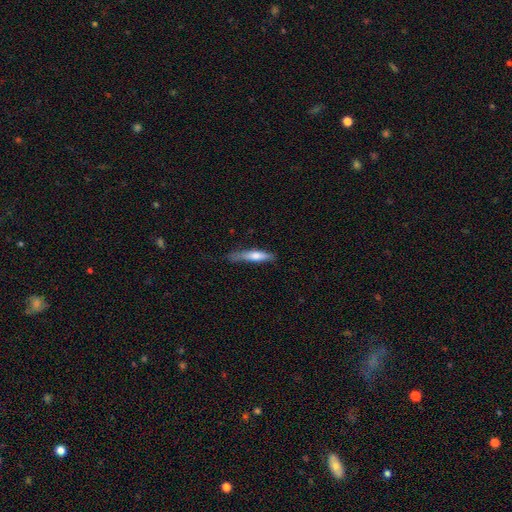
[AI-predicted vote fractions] Morphology: type=smooth (65%); roundness=cigar-shaped (82%); merging=none (60%).